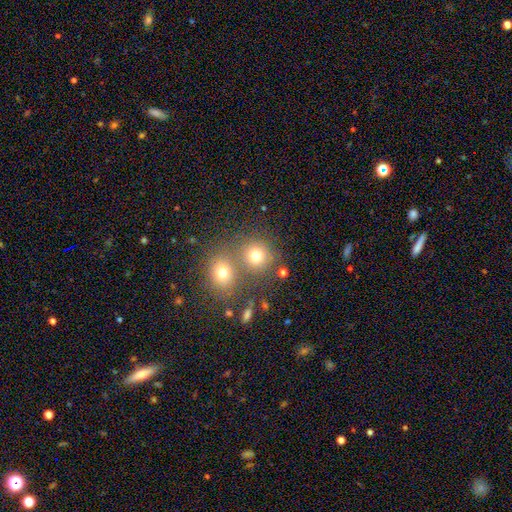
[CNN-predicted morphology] This is likely a smooth galaxy (74%). How rounded: clearly round (85%). Merging: possibly none (56%).